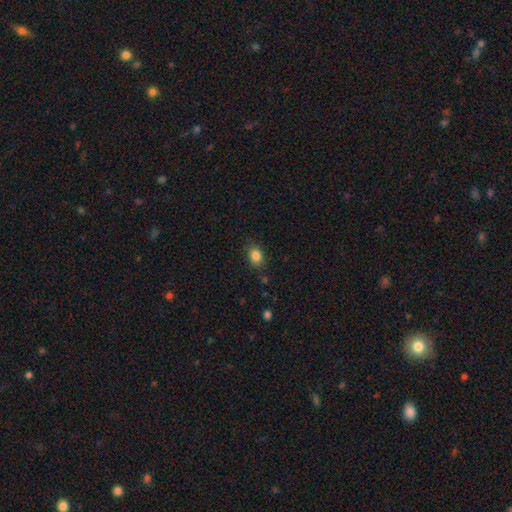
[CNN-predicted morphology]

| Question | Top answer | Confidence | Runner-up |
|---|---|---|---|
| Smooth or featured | smooth | 85% | star or artifact (10%) |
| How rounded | in between | 70% | round (28%) |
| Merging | none | 82% | minor disturbance (13%) |